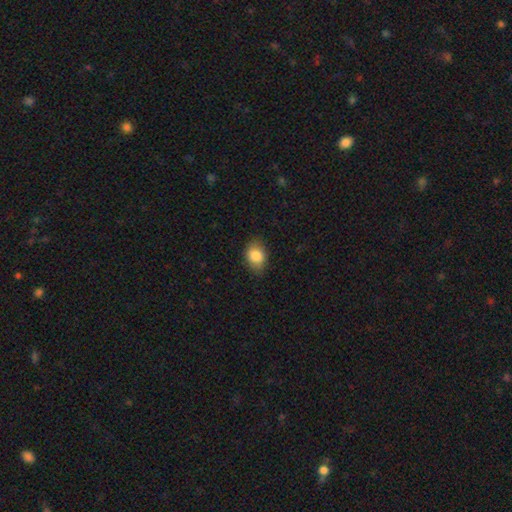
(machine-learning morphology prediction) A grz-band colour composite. It shows a smooth galaxy with no disk features (83%) that is in between round and cigar-shaped (69%). Merging: none (77%).